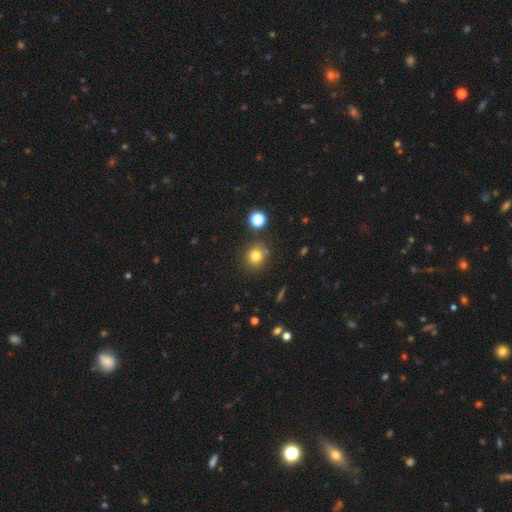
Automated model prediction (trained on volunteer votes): Smooth or featured? smooth (78%)
How rounded? round (82%)
Merging? none (81%)